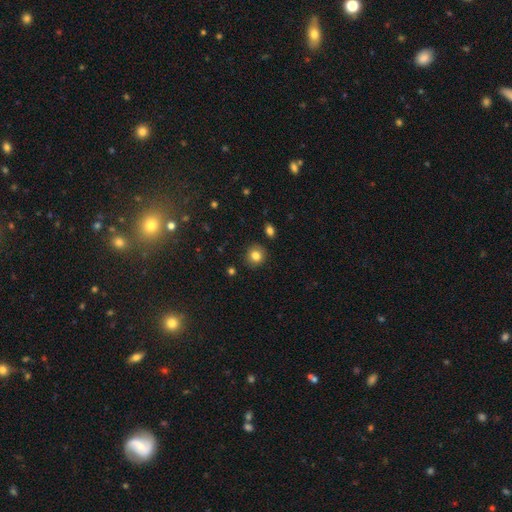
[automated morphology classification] smooth-or-featured: smooth: 82% | star or artifact: 11% | featured or disk: 7%
  how-rounded: round: 88% | in between: 11% | cigar-shaped: 1%
  merging: none: 88% | minor disturbance: 8% | major disturbance: 2% | merger: 2%